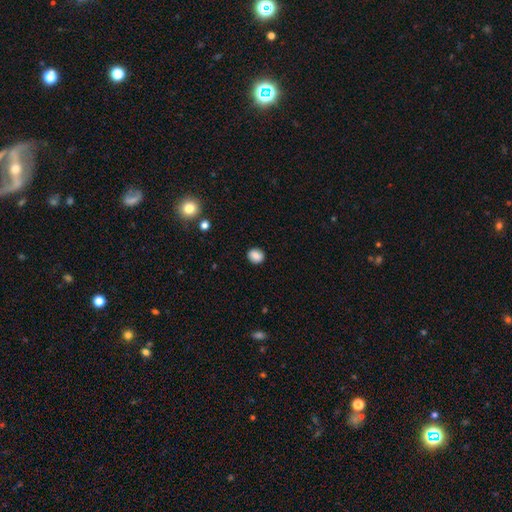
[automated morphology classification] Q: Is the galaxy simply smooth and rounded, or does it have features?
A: smooth — 85%.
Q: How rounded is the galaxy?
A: round — 67%.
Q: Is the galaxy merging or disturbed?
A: none — 89%.